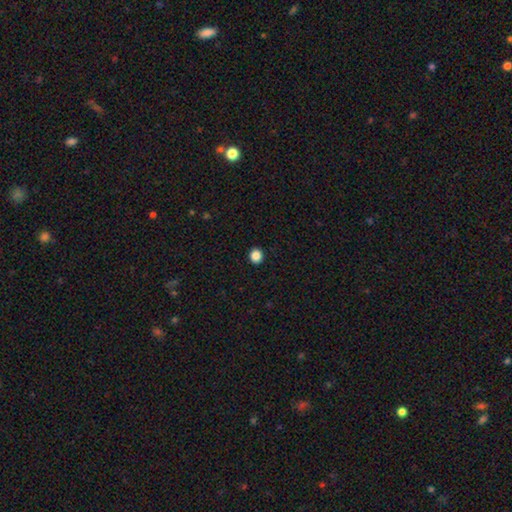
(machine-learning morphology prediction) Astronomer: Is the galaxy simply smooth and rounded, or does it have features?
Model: smooth — 87%.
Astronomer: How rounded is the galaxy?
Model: round — 85%.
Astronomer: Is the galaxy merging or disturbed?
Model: none — 93%.